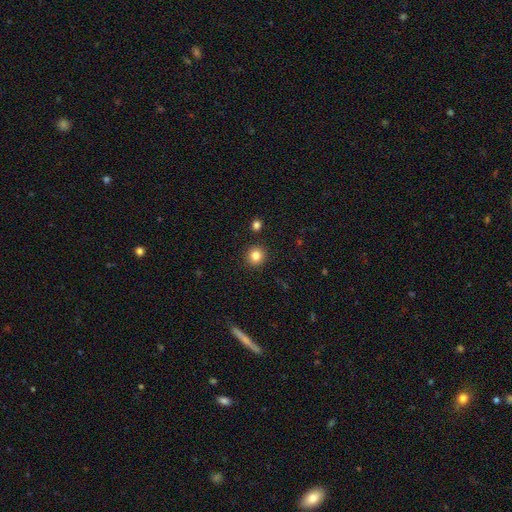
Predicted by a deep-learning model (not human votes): This appears to be a smooth galaxy with no disk features (83%) that is round (91%). Merging: none (91%).